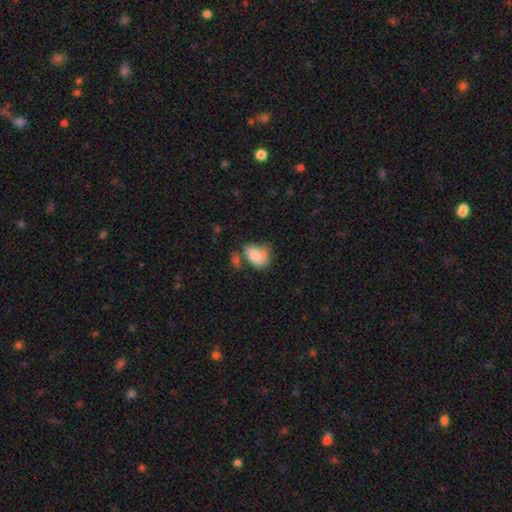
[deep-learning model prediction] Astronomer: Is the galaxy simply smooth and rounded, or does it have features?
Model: smooth — 84%.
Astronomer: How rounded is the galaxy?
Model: in between — 81%.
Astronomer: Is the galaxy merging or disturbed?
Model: none — 42% (runner-up: minor disturbance, 28%).